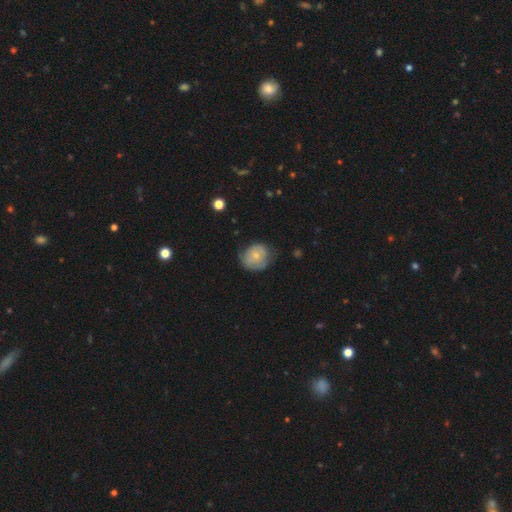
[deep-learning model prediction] Q: Smooth or featured?
A: smooth (59%); runner-up: featured or disk (34%)
Q: How rounded?
A: round (72%); runner-up: in between (27%)
Q: Merging?
A: none (57%); runner-up: minor disturbance (31%)